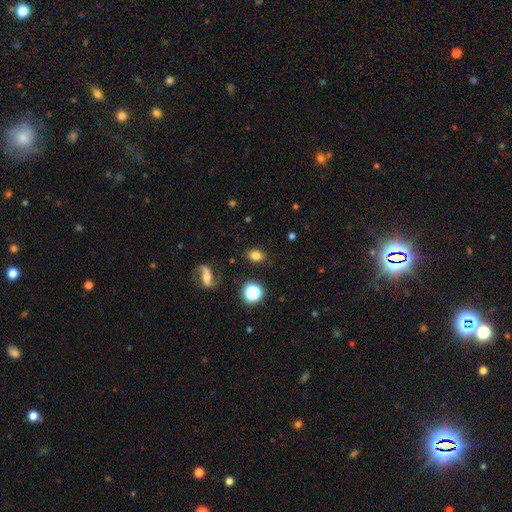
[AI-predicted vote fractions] A smooth galaxy with no disk features (74%) that is in between round and cigar-shaped (68%).

Vote fractions:
- Smooth or featured? smooth: 74% / star or artifact: 13% / featured or disk: 13%
- How rounded? in between: 68% / round: 30% / cigar-shaped: 2%
- Merging? none: 84% / minor disturbance: 10% / major disturbance: 3% / merger: 2%